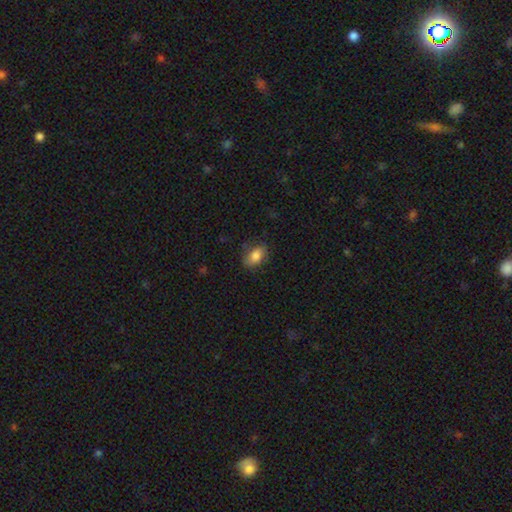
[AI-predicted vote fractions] A smooth galaxy with no disk features (81%) that is in between round and cigar-shaped (86%). Merging: none (76%).